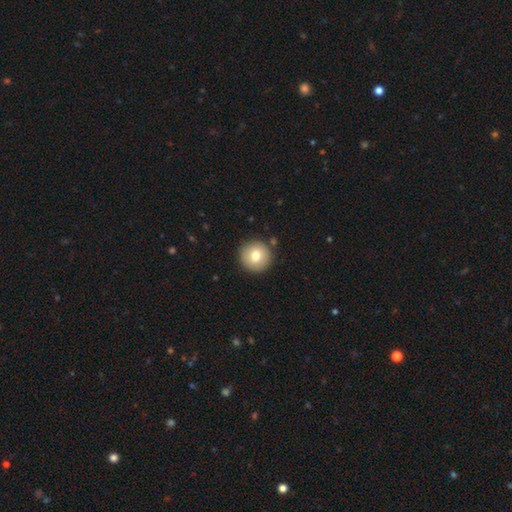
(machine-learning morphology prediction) A smooth galaxy with no disk features (77%) that is round (95%). Merging: none (88%).